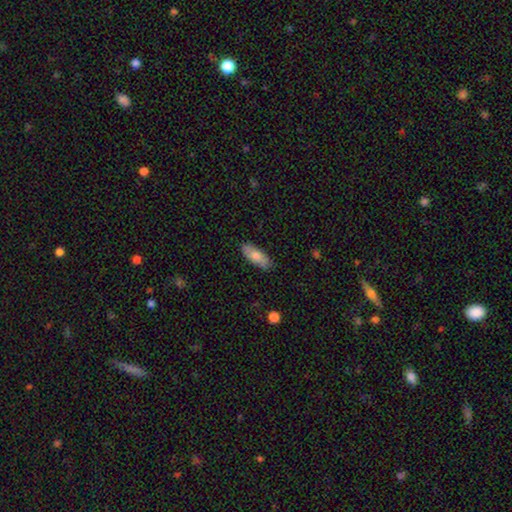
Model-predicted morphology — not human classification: smooth 73%, featured or disk 21%, star or artifact 6%. Down the decision tree: how rounded — in between (76%); merging — none (86%).